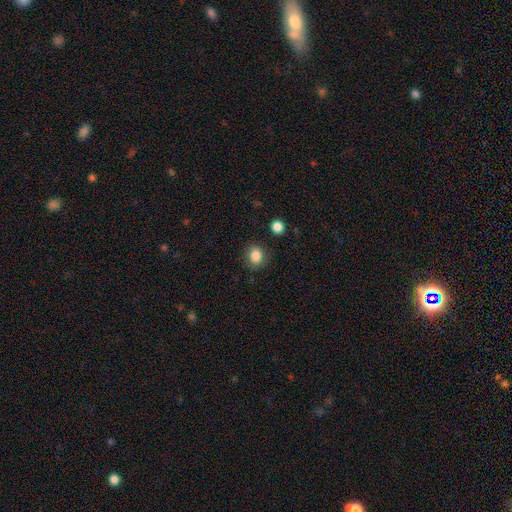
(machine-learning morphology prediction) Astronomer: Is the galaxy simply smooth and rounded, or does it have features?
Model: smooth — 85%.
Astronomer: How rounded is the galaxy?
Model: round — 60% (runner-up: in between, 39%).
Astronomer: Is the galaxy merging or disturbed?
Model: none — 82%.